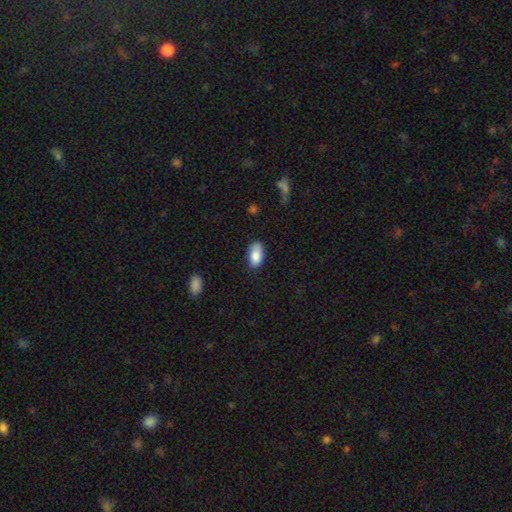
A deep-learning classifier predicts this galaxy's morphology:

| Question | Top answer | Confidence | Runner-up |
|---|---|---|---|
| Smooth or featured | smooth | 86% | featured or disk (7%) |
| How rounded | in between | 93% | round (6%) |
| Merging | none | 69% | minor disturbance (24%) |